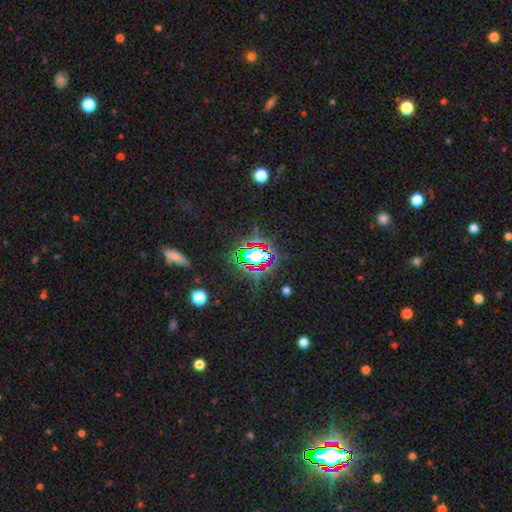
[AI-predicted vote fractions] The model was most divided on "smooth or featured": star or artifact: 71%, smooth: 17%, featured or disk: 12%.